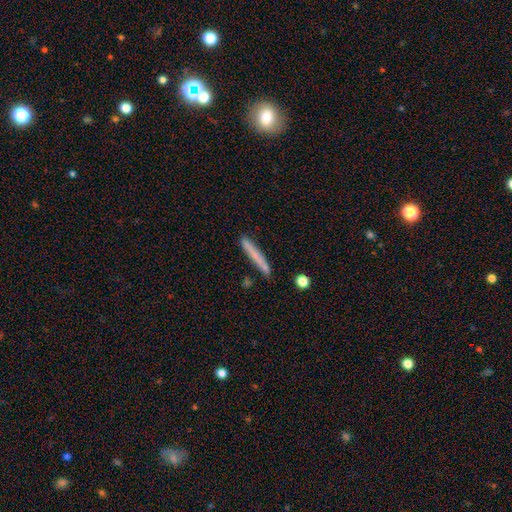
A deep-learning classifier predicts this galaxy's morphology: Smooth or featured: smooth — 70% (featured or disk — 24%)
How rounded: cigar-shaped — 96% (in between — 3%)
Merging: none — 83% (minor disturbance — 11%)